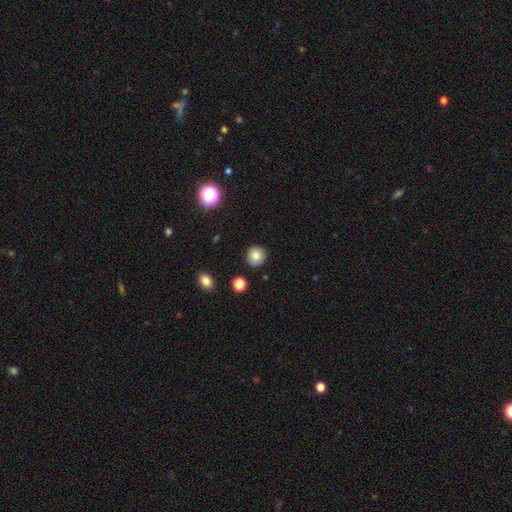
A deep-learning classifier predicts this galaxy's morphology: smooth-or-featured: smooth: 84% | star or artifact: 10% | featured or disk: 6%
  how-rounded: round: 91% | in between: 8% | cigar-shaped: 1%
  merging: none: 90% | minor disturbance: 7% | major disturbance: 2% | merger: 2%